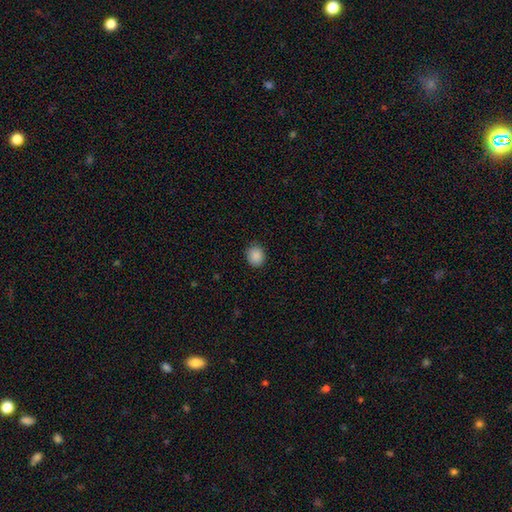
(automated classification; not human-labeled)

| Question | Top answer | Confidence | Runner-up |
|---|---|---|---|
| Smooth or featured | smooth | 89% | star or artifact (9%) |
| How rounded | round | 75% | in between (24%) |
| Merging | none | 87% | minor disturbance (10%) |